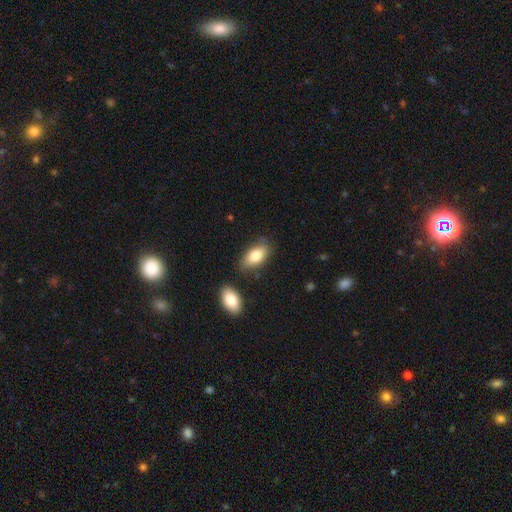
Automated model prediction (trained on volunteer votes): Q: Smooth or featured?
A: smooth (81%); runner-up: featured or disk (13%)
Q: How rounded?
A: in between (92%); runner-up: cigar-shaped (4%)
Q: Merging?
A: none (73%); runner-up: minor disturbance (15%)